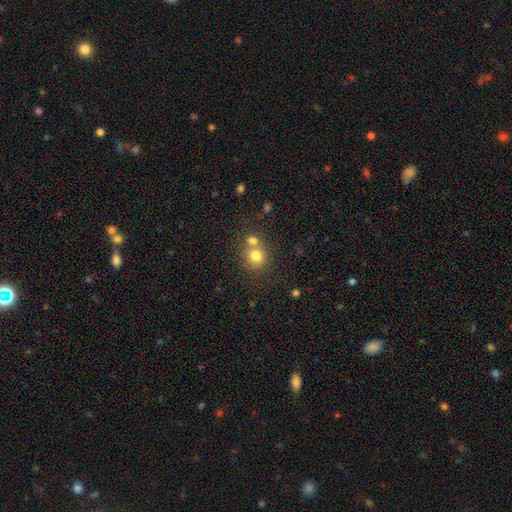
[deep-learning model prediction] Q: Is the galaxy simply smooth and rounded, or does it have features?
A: smooth — 78%.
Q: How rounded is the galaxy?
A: round — 86%.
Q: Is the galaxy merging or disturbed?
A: none — 51%.